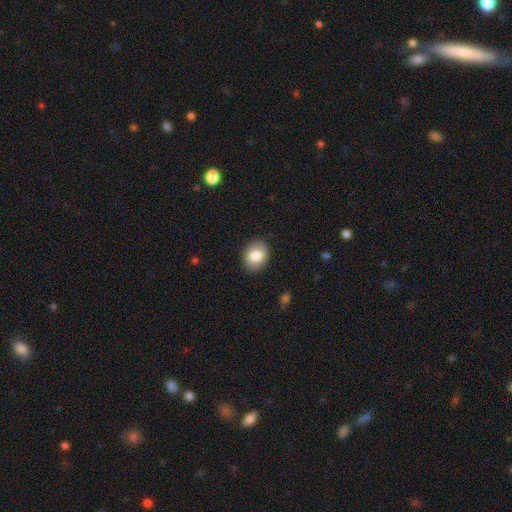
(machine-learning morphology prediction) Smooth or featured? smooth (84%)
How rounded? in between (59%)
Merging? none (88%)